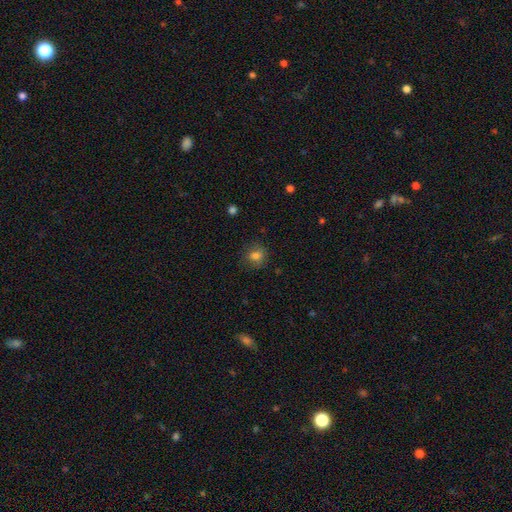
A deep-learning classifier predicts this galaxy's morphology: smooth 79%, star or artifact 12%, featured or disk 9%. Down the decision tree: how rounded — round (74%); merging — none (79%).